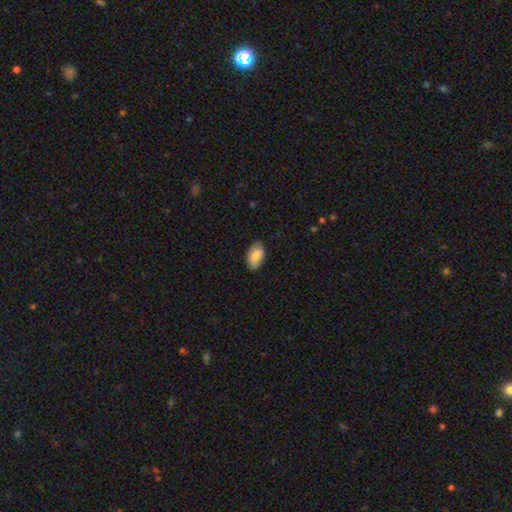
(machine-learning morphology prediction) Smooth or featured? smooth (85%)
How rounded? in between (94%)
Merging? none (82%)